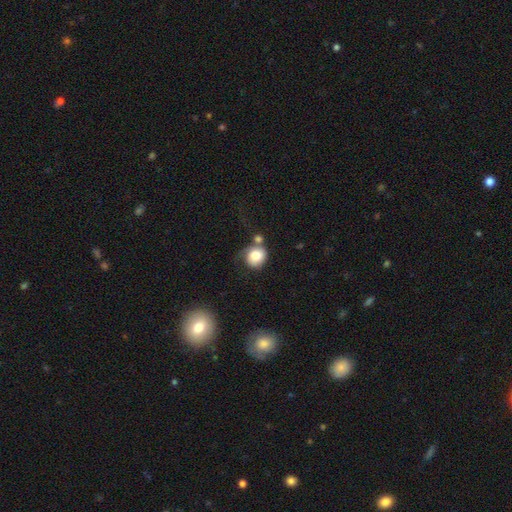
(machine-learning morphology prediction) smooth-or-featured: smooth: 79% | featured or disk: 14% | star or artifact: 8%
  how-rounded: round: 78% | in between: 21% | cigar-shaped: 1%
  merging: none: 40% | merger: 23% | minor disturbance: 21% | major disturbance: 15%